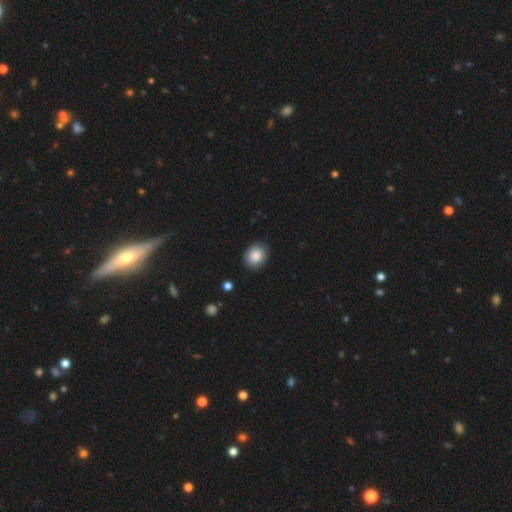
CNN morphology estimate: smooth 88%, star or artifact 8%, featured or disk 5%. Down the decision tree: how rounded — round (63%); merging — none (87%).